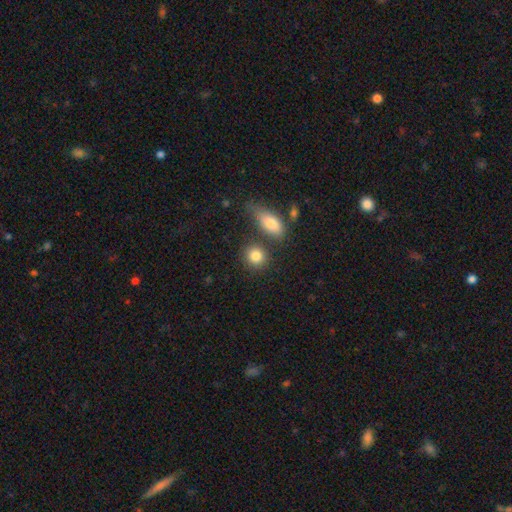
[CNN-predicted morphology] Overall: smooth (83%). How rounded: round (77%). Merging: none (72%).